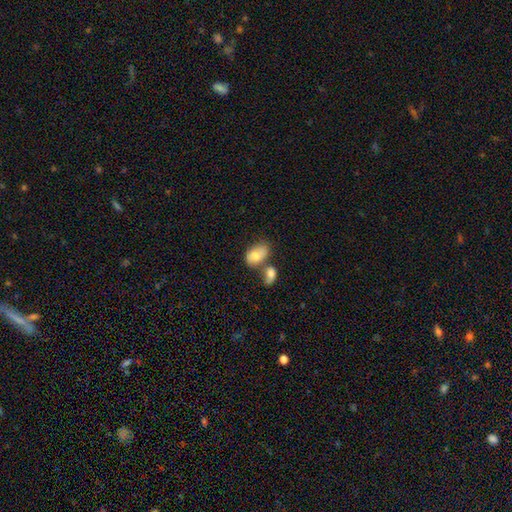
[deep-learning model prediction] Smooth or featured? smooth (76%)
How rounded? in between (88%)
Merging? merger (44%)